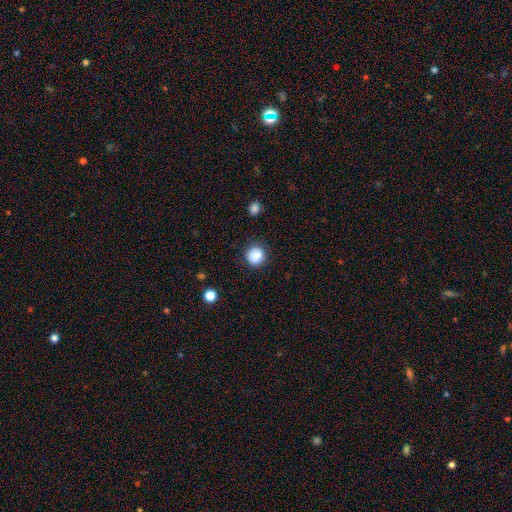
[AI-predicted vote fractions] Smooth or featured? smooth (86%)
How rounded? round (90%)
Merging? none (86%)